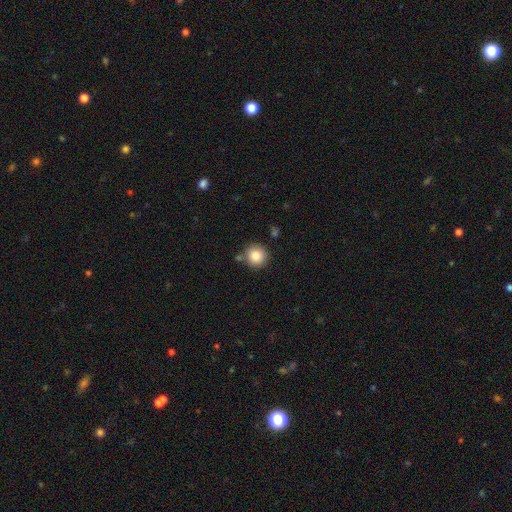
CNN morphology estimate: Q: Smooth or featured?
A: smooth (85%); runner-up: star or artifact (9%)
Q: How rounded?
A: round (94%); runner-up: in between (5%)
Q: Merging?
A: none (81%); runner-up: minor disturbance (9%)